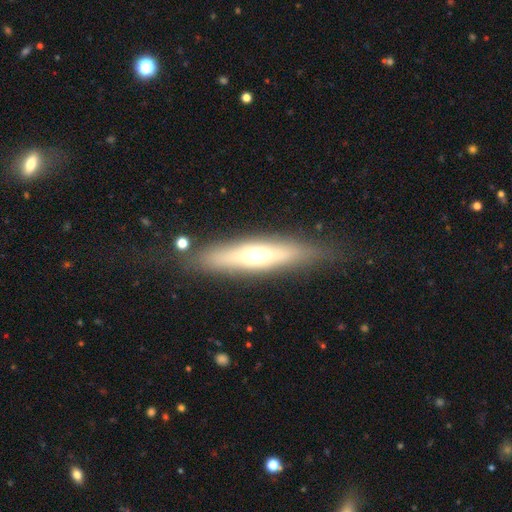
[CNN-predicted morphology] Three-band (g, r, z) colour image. It shows a featured or disk galaxy (52%) viewed edge-on (78%). Merging: none (79%).